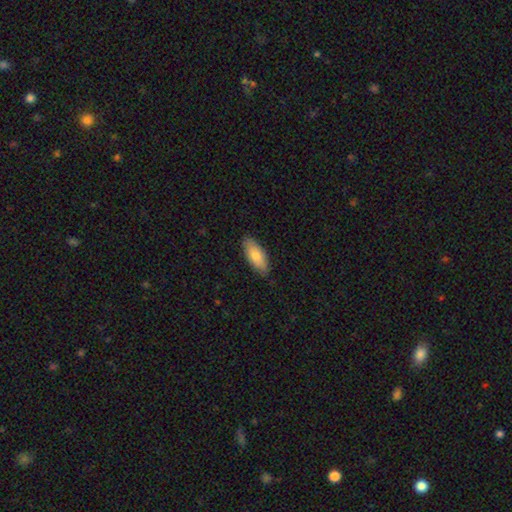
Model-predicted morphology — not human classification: This is likely a smooth galaxy (79%). How rounded: clearly in between (81%). Merging: clearly none (86%).